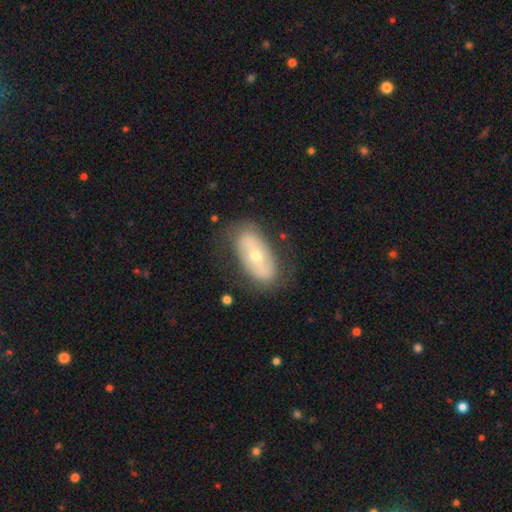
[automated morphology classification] Overall: featured or disk (54%; smooth 39%). Edge-on disk: no (86%). Merging: none (75%).